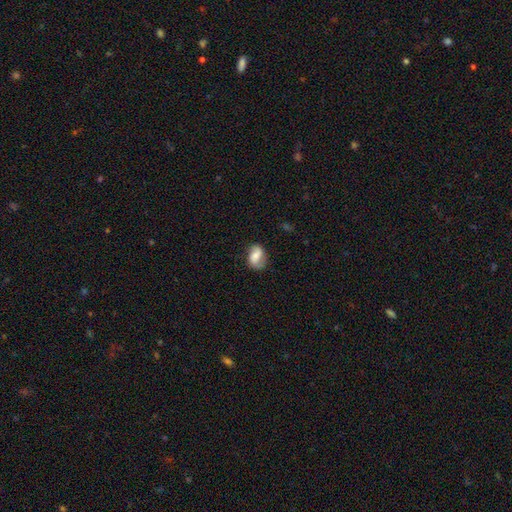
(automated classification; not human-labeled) This is possibly a featured or disk galaxy (46%). Merging: likely none (67%).